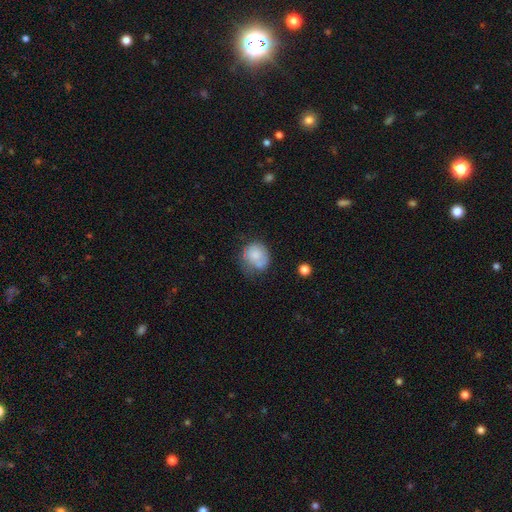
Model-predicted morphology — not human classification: Smooth or featured?
  - smooth: 71% *
  - featured or disk: 21%
  - star or artifact: 8%
How rounded?
  - round: 71% *
  - in between: 28%
  - cigar-shaped: 1%
Merging?
  - none: 42% *
  - minor disturbance: 31%
  - major disturbance: 17%
  - merger: 10%